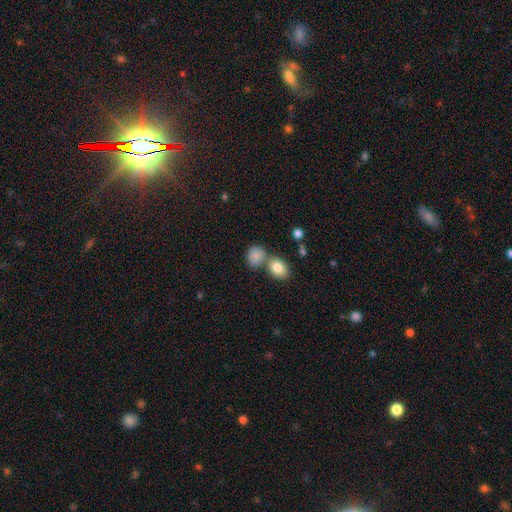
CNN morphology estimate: This is clearly a smooth galaxy (85%). How rounded: possibly round (53%). Merging: marginally none (44%).